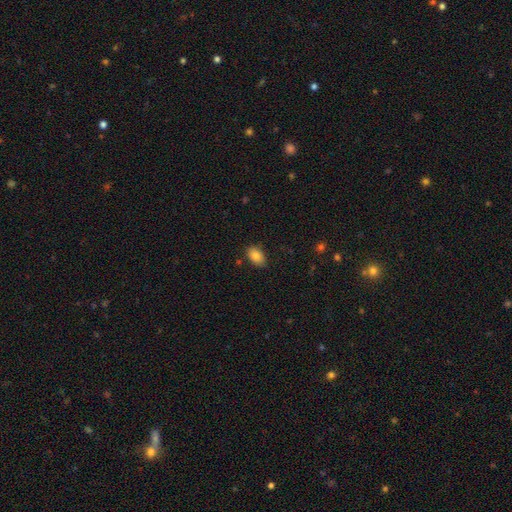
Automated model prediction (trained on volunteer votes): Smooth or featured? Predicted: smooth (p=0.84). How rounded? Predicted: in between (p=0.90). Merging? Predicted: none (p=0.83).